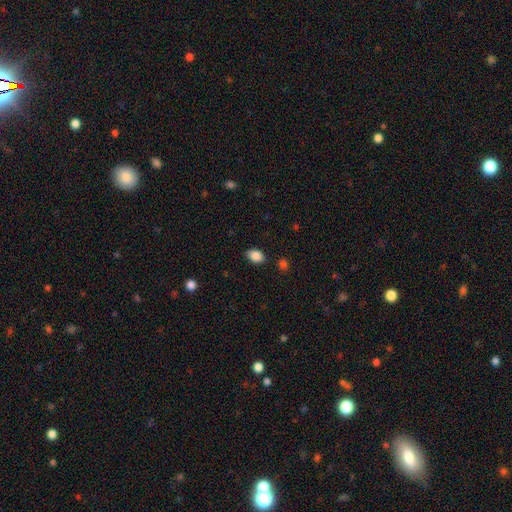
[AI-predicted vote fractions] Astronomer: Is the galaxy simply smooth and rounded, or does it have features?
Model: smooth — 87%.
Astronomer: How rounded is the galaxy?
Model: in between — 83%.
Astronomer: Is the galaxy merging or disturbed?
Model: none — 85%.